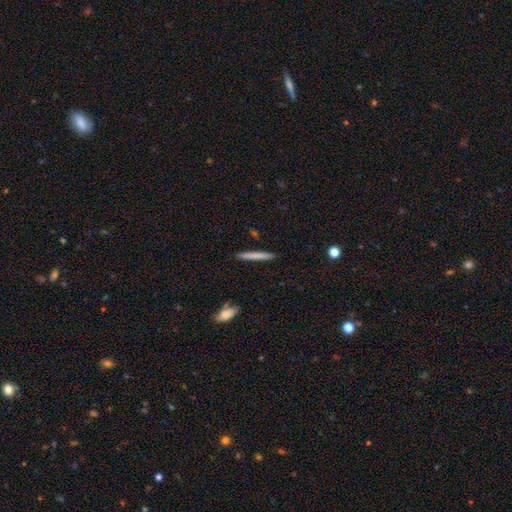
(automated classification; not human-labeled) Morphology: type=smooth (74%); roundness=cigar-shaped (96%); merging=none (91%).